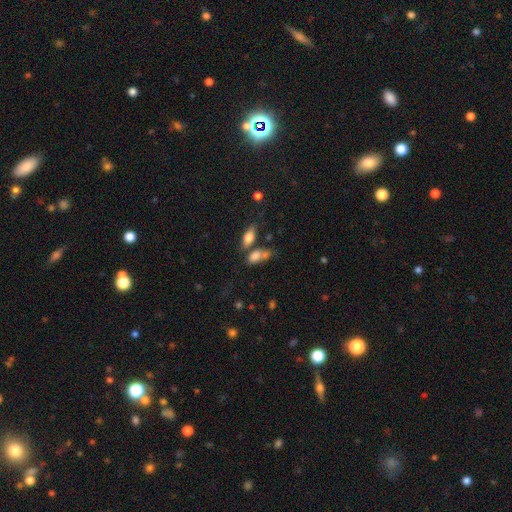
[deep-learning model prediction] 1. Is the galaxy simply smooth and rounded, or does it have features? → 77% smooth, 13% featured or disk, 10% star or artifact.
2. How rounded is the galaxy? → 81% in between, 11% cigar-shaped, 8% round.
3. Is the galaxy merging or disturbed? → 40% merger, 39% none, 14% minor disturbance, 7% major disturbance.